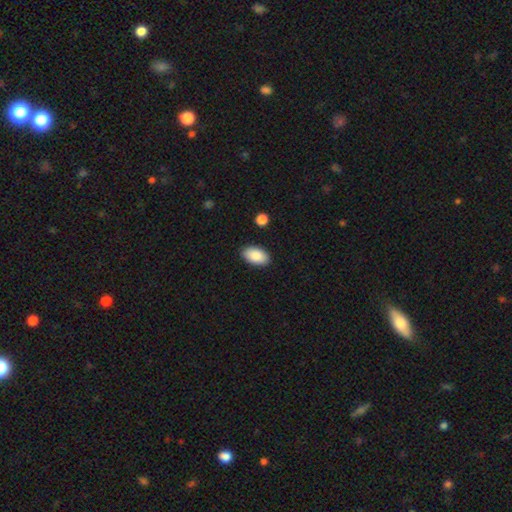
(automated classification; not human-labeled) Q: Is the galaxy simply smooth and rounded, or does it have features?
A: smooth — 86%.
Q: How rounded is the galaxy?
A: in between — 95%.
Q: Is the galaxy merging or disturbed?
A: none — 89%.